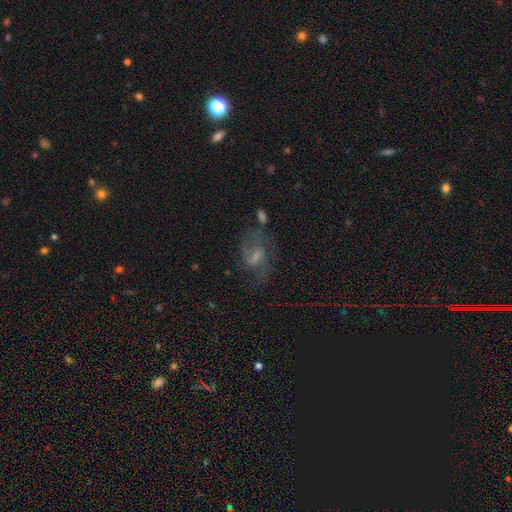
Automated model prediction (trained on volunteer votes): Smooth or featured? featured or disk (59%)
Edge-on disk? no (95%)
Bar? weak (51%)
Spiral arms? yes (76%)
Bulge size? small (32%, tied with none)
Merging? none (49%)